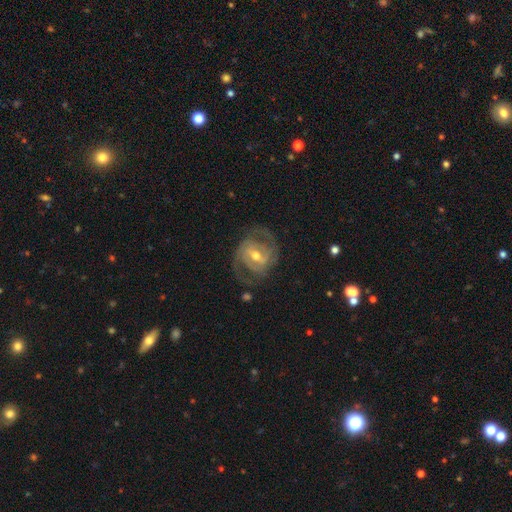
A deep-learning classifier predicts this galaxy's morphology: The model was most divided on "spiral winding": medium: 46%, tight: 40%, loose: 14%. Remaining: edge-on disk — no (97%); spiral arms — yes (94%); smooth or featured — featured or disk (87%); spiral arm count — 2 (80%); merging — none (73%); bulge size — moderate (70%); bar — weak (47%).